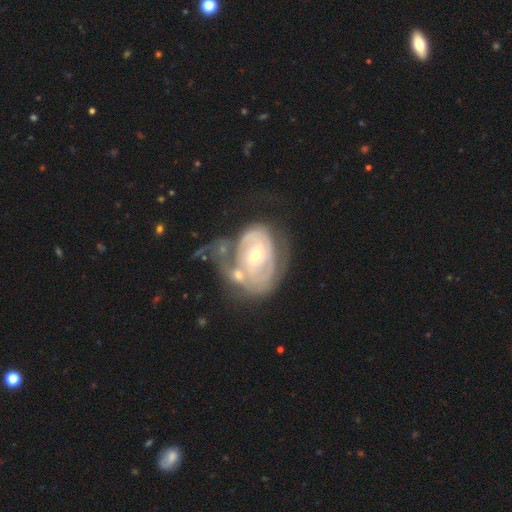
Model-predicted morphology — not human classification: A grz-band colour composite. It shows a featured or disk galaxy (79%) with no bar (74%), tight (64%) spiral arms (75%) and a small central bulge (62%). Merging: merger (30%).